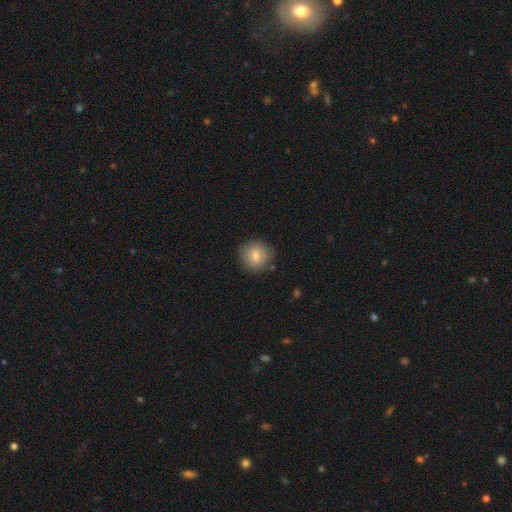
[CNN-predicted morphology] smooth-or-featured: smooth: 80% | featured or disk: 11% | star or artifact: 9%
  how-rounded: round: 92% | in between: 7% | cigar-shaped: 1%
  merging: none: 86% | minor disturbance: 10% | major disturbance: 2% | merger: 2%